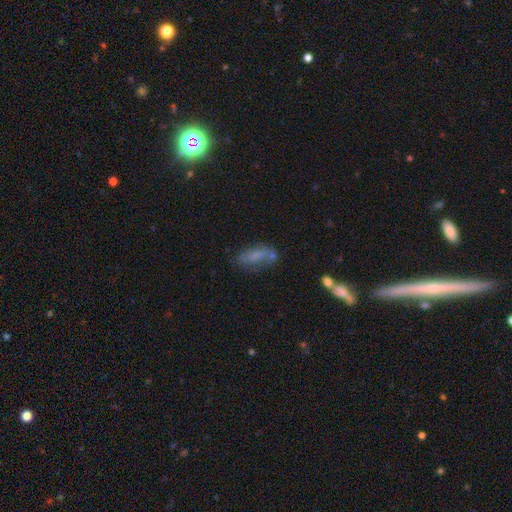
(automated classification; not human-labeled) This is likely a smooth galaxy (65%). How rounded: likely in between (68%). Merging: possibly none (51%).